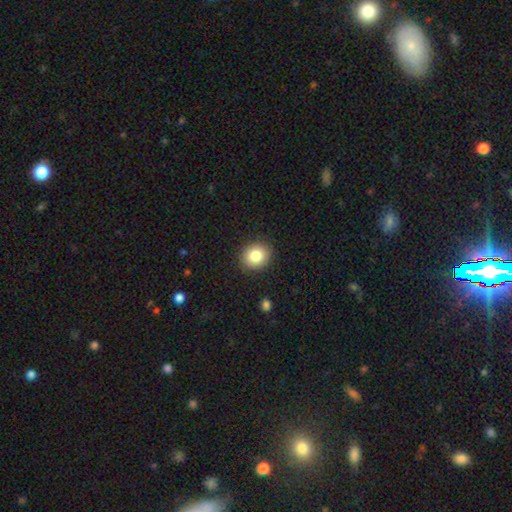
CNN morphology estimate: Smooth or featured? smooth (83%)
How rounded? round (72%)
Merging? none (90%)